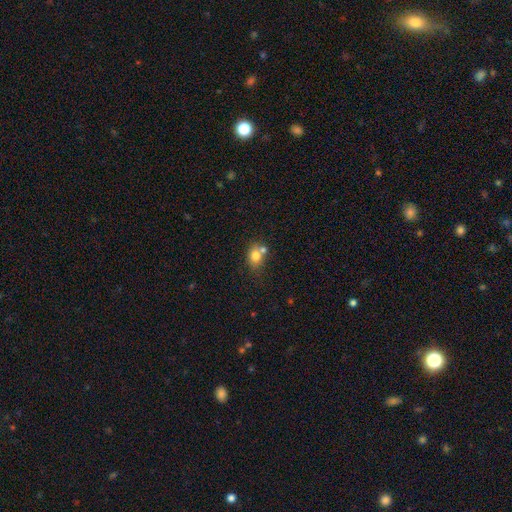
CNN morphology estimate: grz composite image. It shows a smooth galaxy with no disk features (77%) that is round (50%). Merging: none (47%).